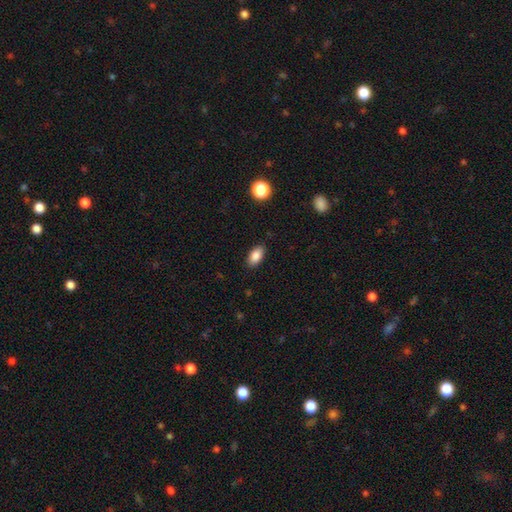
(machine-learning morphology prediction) Smooth or featured? smooth (86%)
How rounded? in between (90%)
Merging? none (86%)